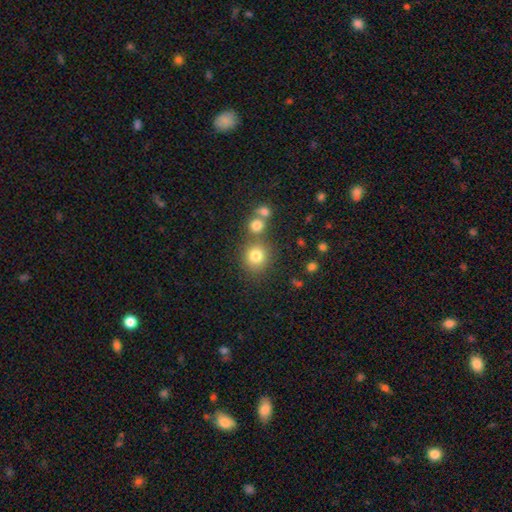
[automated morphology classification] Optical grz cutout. It shows a smooth galaxy with no disk features (78%) that is round (88%). Merging: none (71%).